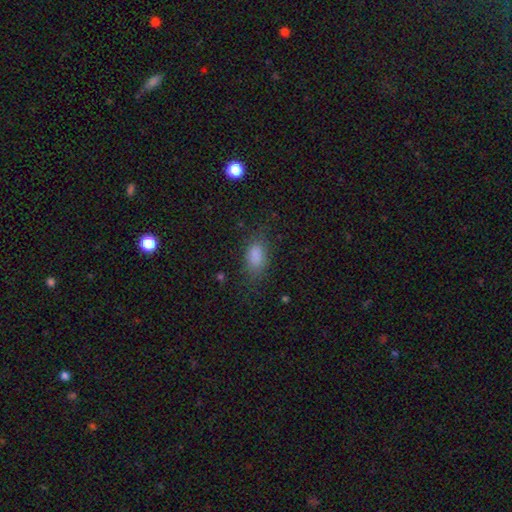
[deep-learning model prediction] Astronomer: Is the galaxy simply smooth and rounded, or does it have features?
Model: smooth — 83%.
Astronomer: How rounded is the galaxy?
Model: in between — 88%.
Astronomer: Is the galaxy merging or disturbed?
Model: none — 69%.